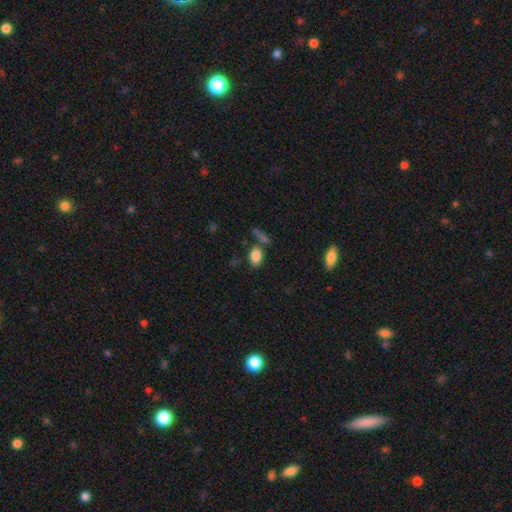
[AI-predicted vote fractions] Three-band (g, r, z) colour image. It shows a smooth galaxy with no disk features (85%) that is in between round and cigar-shaped (83%). Merging: none (64%).